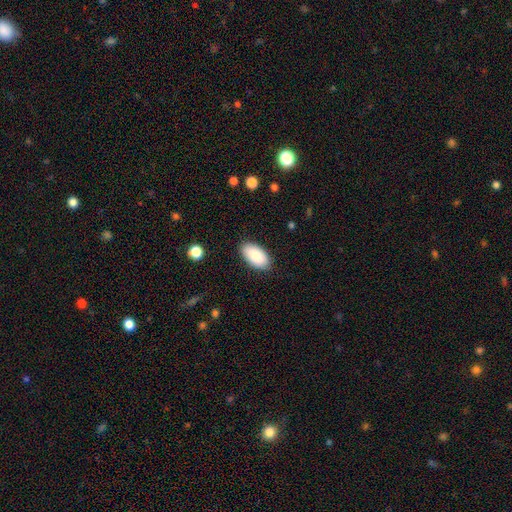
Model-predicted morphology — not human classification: This appears to be a smooth galaxy with no disk features (86%) that is in between round and cigar-shaped (96%). Merging: none (87%).